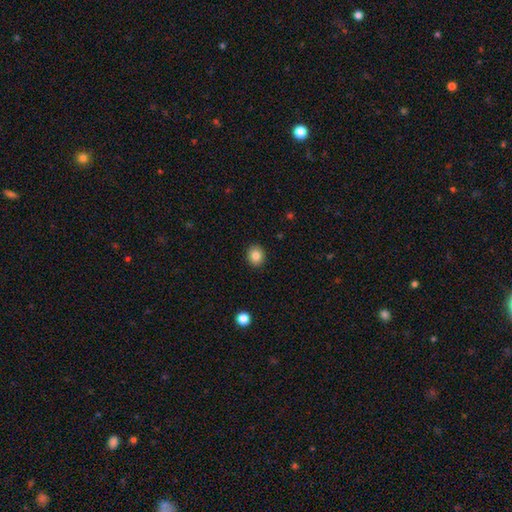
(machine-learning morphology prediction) smooth-or-featured: smooth: 84% | star or artifact: 10% | featured or disk: 6%
  how-rounded: round: 74% | in between: 25% | cigar-shaped: 1%
  merging: none: 91% | minor disturbance: 6% | major disturbance: 2% | merger: 1%